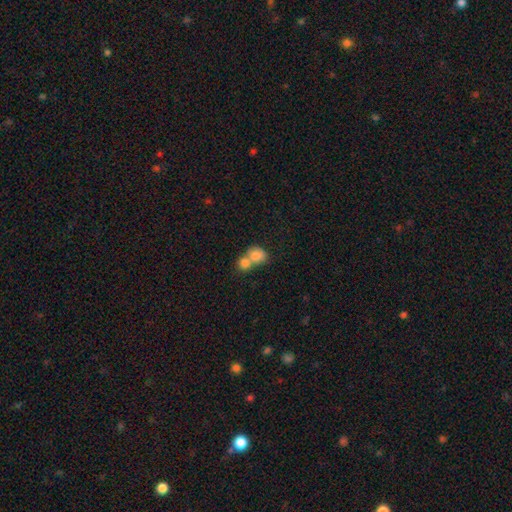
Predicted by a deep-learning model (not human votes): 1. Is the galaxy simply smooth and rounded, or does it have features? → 79% smooth, 13% featured or disk, 8% star or artifact.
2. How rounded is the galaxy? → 66% round, 33% in between, 1% cigar-shaped.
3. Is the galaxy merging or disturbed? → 67% merger, 25% none, 6% minor disturbance, 3% major disturbance.